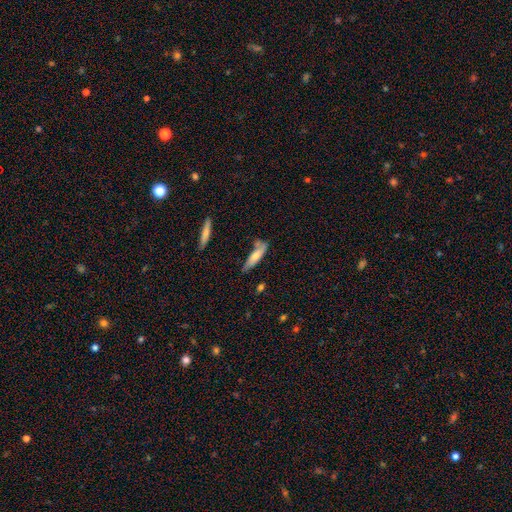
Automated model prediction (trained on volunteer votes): Smooth or featured? smooth (64%)
How rounded? cigar-shaped (66%)
Merging? none (55%)